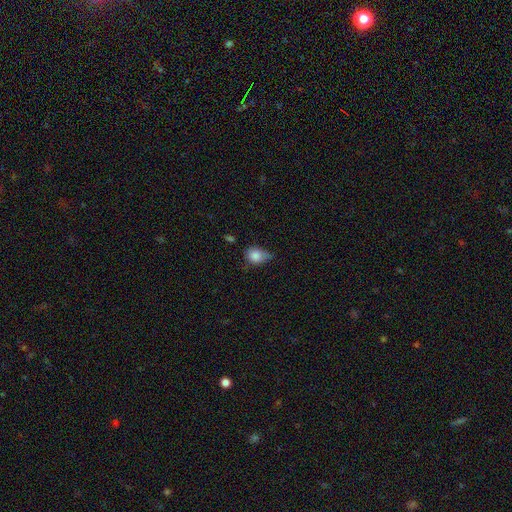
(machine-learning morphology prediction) Q: Smooth or featured?
A: smooth (82%); runner-up: featured or disk (9%)
Q: How rounded?
A: in between (57%); runner-up: round (41%)
Q: Merging?
A: minor disturbance (48%); runner-up: none (33%)